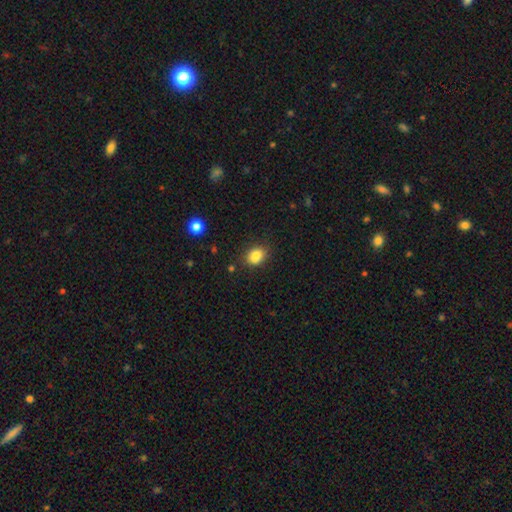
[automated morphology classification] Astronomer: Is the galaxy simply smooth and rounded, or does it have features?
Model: smooth — 85%.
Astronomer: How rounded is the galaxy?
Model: in between — 59% (runner-up: round, 40%).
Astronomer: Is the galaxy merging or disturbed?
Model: none — 80%.